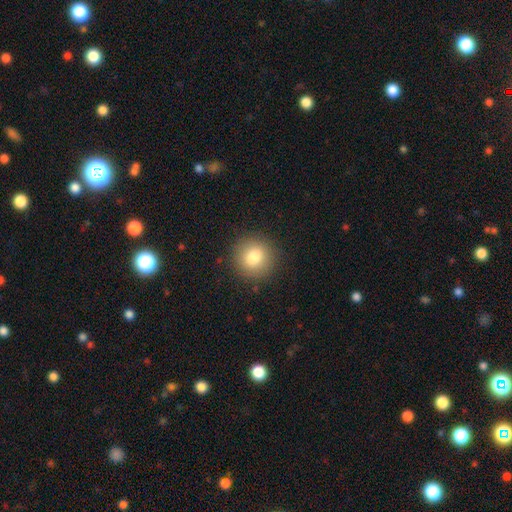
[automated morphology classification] Smooth or featured? Predicted: smooth (p=0.82). How rounded? Predicted: round (p=0.91). Merging? Predicted: none (p=0.90).